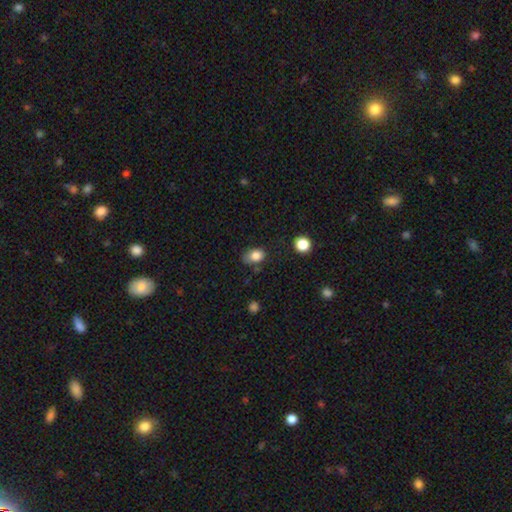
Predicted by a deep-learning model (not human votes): Smooth or featured: smooth — 82% (star or artifact — 10%)
How rounded: in between — 69% (round — 30%)
Merging: none — 59% (minor disturbance — 29%)